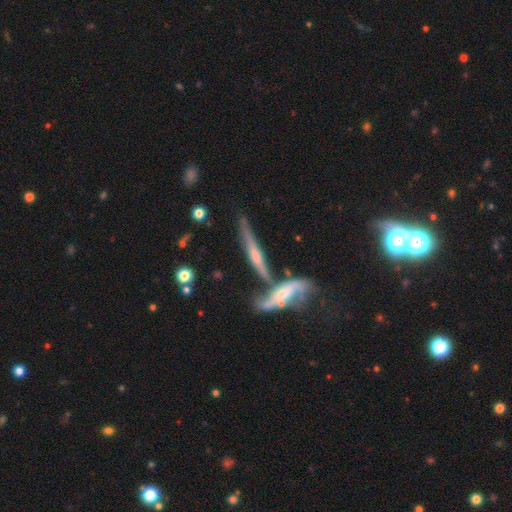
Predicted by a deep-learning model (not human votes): A featured or disk galaxy (67%) viewed edge-on (85%) with a rounded central bulge (51%). Merging: merger (41%).